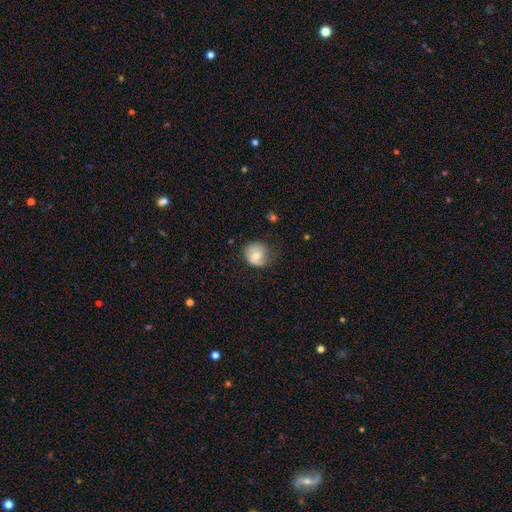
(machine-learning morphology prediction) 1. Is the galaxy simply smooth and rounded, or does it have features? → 59% smooth, 33% featured or disk, 8% star or artifact.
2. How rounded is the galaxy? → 81% round, 18% in between, 1% cigar-shaped.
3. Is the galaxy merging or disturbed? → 56% none, 29% minor disturbance, 14% major disturbance, 2% merger.